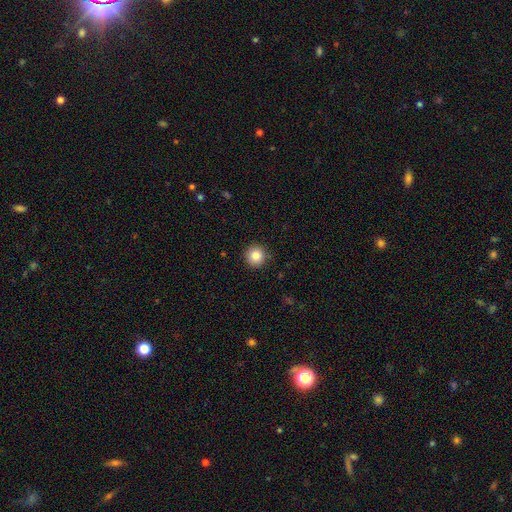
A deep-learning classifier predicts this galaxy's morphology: type=smooth (86%); roundness=round (94%); merging=none (89%).